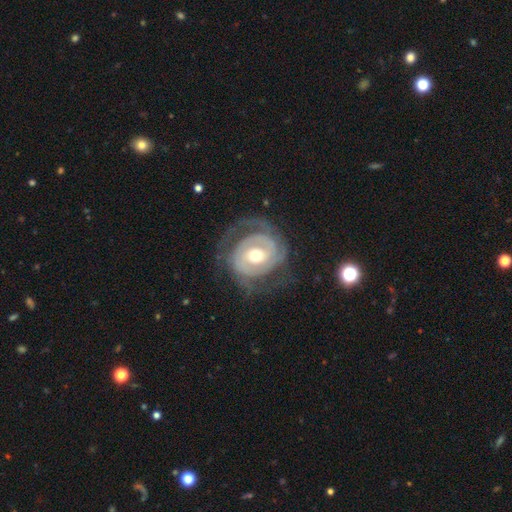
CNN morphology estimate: smooth_or_featured: featured or disk (p=0.86) [alt: smooth p=0.09]
disk_edge_on: no (p=0.97) [alt: yes p=0.03]
bar: no (p=0.51) [alt: weak p=0.35]
has_spiral_arms: yes (p=0.94) [alt: no p=0.06]
spiral_winding: tight (p=0.64) [alt: medium p=0.27]
spiral_arm_count: 2 (p=0.53) [alt: can't tell p=0.19]
bulge_size: moderate (p=0.69) [alt: small p=0.23]
merging: none (p=0.67) [alt: minor disturbance p=0.17]